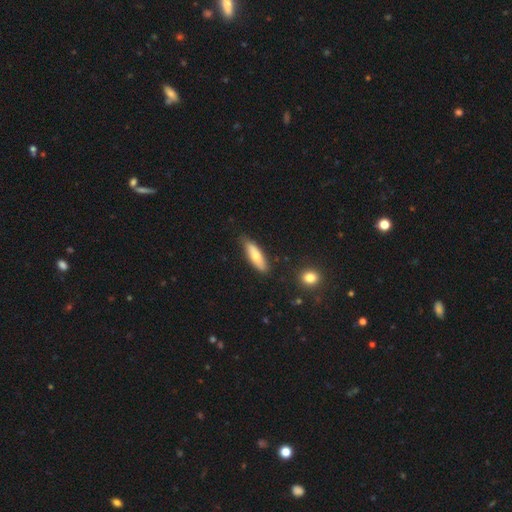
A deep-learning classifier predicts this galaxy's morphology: A smooth galaxy with no disk features (67%) that is cigar-shaped (58%).

Vote fractions:
- Smooth or featured? smooth: 67% / featured or disk: 28% / star or artifact: 6%
- How rounded? cigar-shaped: 58% / in between: 40% / round: 2%
- Merging? none: 80% / minor disturbance: 15% / major disturbance: 3% / merger: 2%